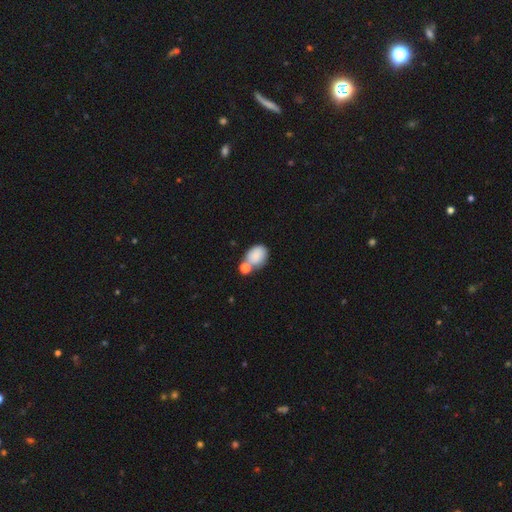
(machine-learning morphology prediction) The model was most divided on "merging": none: 46%, merger: 33%, minor disturbance: 15%, major disturbance: 6%. More confident: smooth or featured — smooth (84%); how rounded — in between (70%).